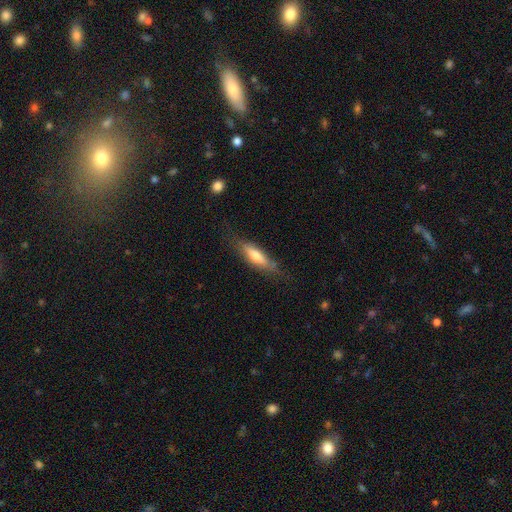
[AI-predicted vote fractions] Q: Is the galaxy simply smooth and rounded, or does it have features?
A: smooth — 59%.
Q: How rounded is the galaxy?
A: cigar-shaped — 66%.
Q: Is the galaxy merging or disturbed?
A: none — 73%.